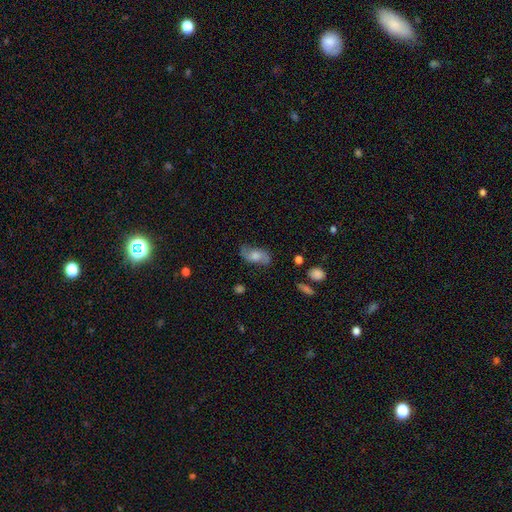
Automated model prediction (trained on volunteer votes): smooth-or-featured: featured or disk: 48% | smooth: 44% | star or artifact: 8%
  merging: none: 74% | minor disturbance: 18% | major disturbance: 6% | merger: 2%